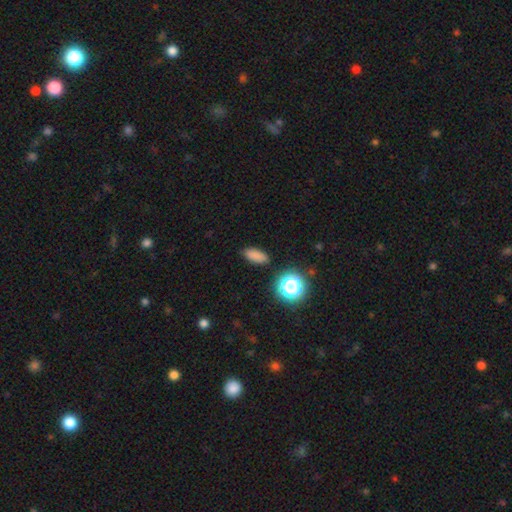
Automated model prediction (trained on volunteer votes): A smooth galaxy with no disk features (79%) that is in between round and cigar-shaped (75%). Merging: none (85%).